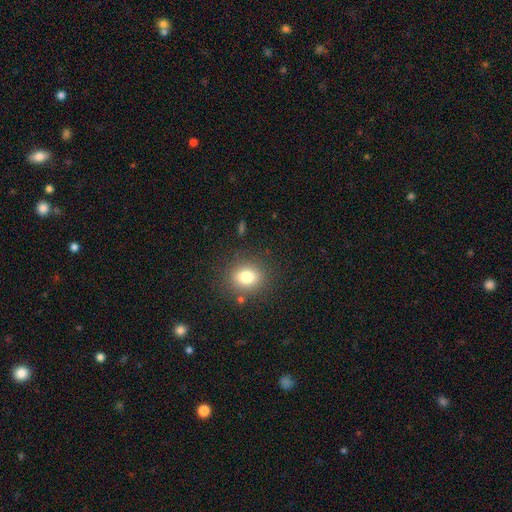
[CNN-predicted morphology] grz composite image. It shows a smooth galaxy with no disk features (71%) that is round (84%). Merging: none (91%).